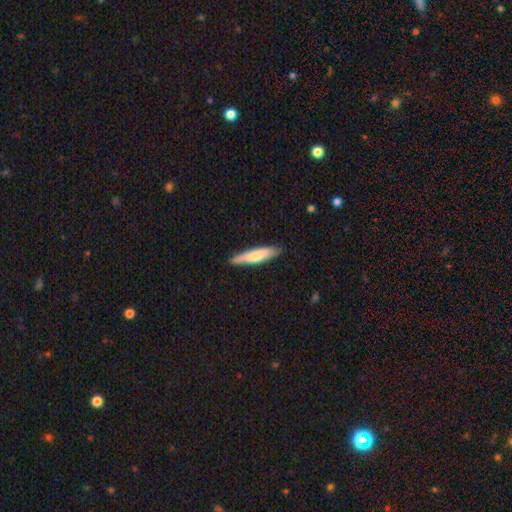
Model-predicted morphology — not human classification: The model was most divided on "smooth or featured": smooth: 67%, featured or disk: 28%, star or artifact: 5%. More confident: merging — none (84%); how rounded — cigar-shaped (83%).